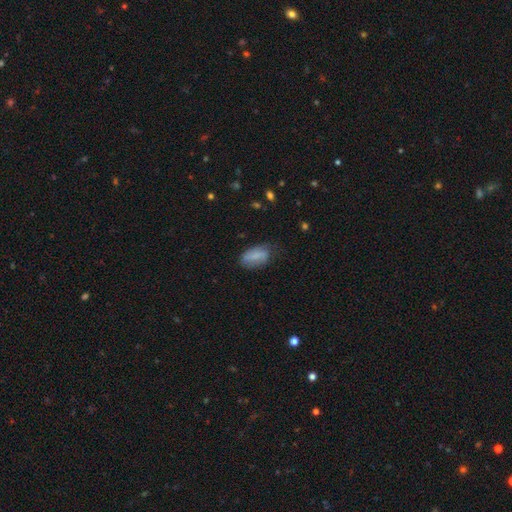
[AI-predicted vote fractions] This appears to be a smooth galaxy with no disk features (73%) that is in between round and cigar-shaped (89%). Merging: none (58%).